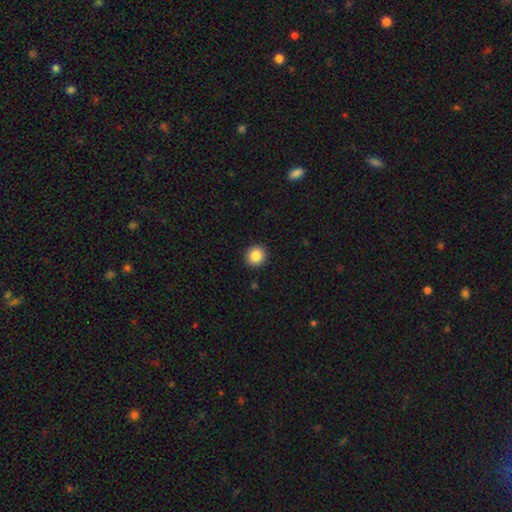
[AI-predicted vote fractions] Smooth or featured? smooth (87%)
How rounded? round (89%)
Merging? none (92%)